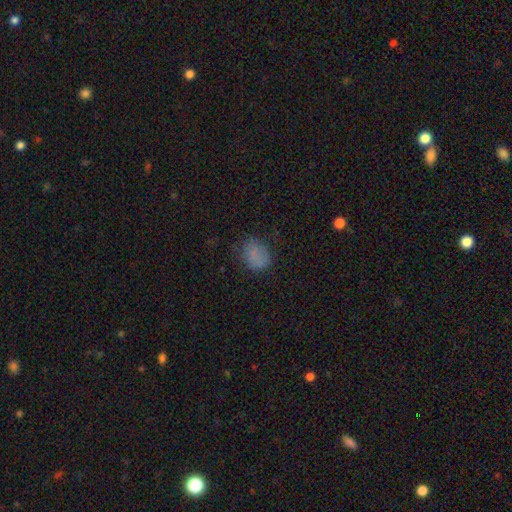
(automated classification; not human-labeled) The model was most divided on "how rounded": in between: 50%, round: 49%, cigar-shaped: 1%. More confident: smooth or featured — smooth (76%); merging — none (67%).